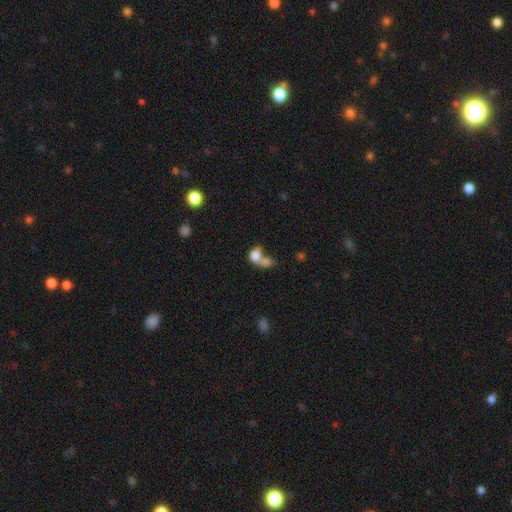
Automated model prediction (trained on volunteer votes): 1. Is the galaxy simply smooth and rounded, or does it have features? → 76% smooth, 14% featured or disk, 9% star or artifact.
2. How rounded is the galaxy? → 58% in between, 40% round, 2% cigar-shaped.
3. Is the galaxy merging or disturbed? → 66% merger, 20% none, 7% minor disturbance, 7% major disturbance.